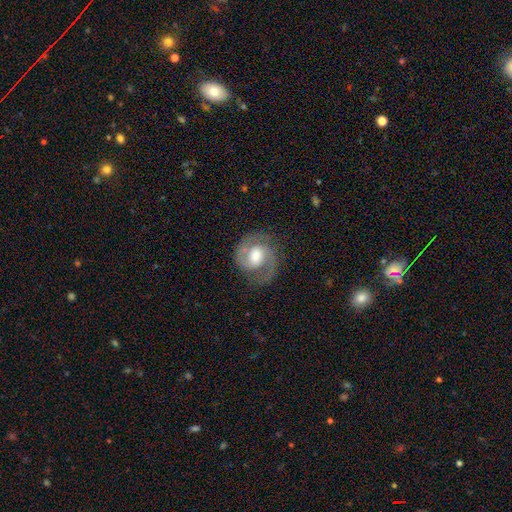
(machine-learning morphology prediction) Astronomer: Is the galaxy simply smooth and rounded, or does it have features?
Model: featured or disk — 84%.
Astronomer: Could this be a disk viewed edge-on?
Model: no — 98%.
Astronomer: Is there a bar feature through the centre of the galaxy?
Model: weak — 44%, tied with no at 44%.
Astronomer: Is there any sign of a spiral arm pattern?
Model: yes — 96%.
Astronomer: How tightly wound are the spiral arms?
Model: medium — 53% (runner-up: tight, 35%).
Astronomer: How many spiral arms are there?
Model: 2 — 90%.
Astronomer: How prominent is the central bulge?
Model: moderate — 58%.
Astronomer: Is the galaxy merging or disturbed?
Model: none — 77%.